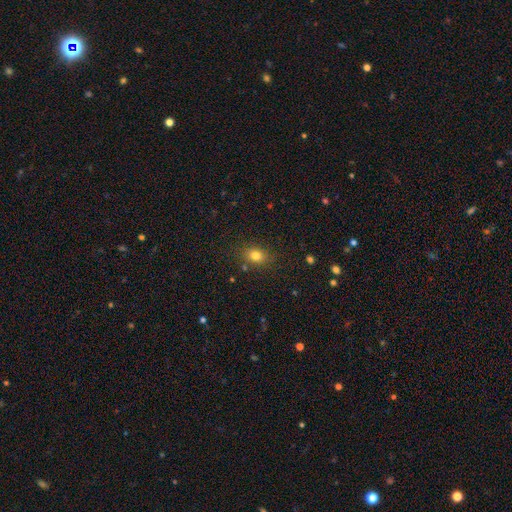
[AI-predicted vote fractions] Morphology: type=smooth (80%); roundness=in between (60%); merging=none (82%).